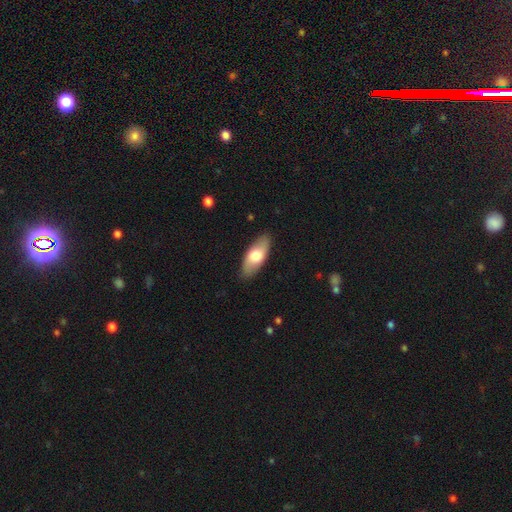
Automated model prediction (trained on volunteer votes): smooth 67%, featured or disk 28%, star or artifact 5%. Down the decision tree: how rounded — in between (82%); merging — none (87%).